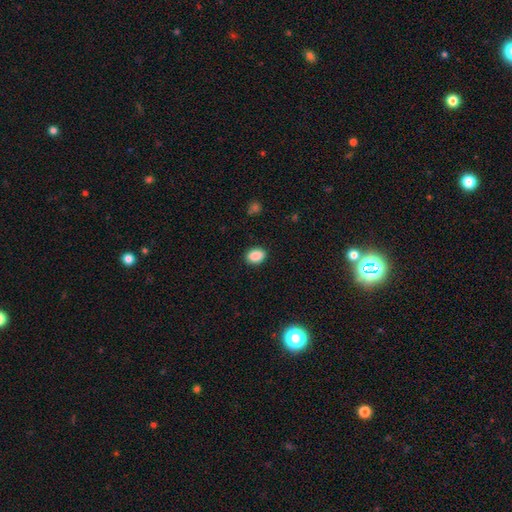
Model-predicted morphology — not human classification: smooth 89%, star or artifact 8%, featured or disk 3%. Down the decision tree: how rounded — in between (74%); merging — none (88%).